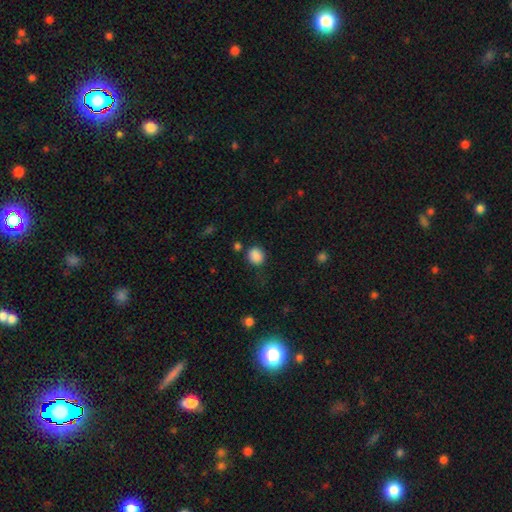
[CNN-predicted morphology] Smooth or featured: smooth — 86% (star or artifact — 11%)
How rounded: round — 74% (in between — 25%)
Merging: none — 74% (minor disturbance — 16%)